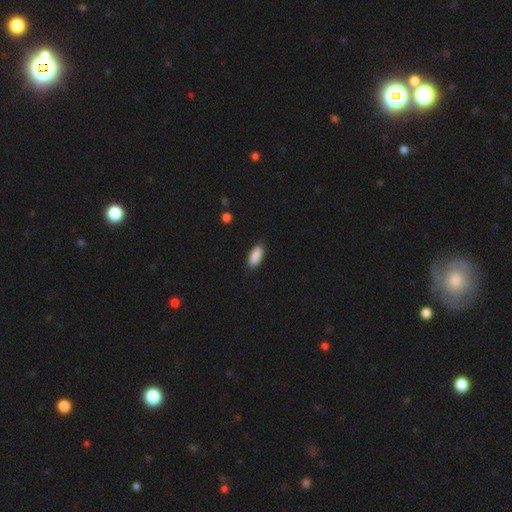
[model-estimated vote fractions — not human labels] Q: Smooth or featured?
A: smooth (90%); runner-up: star or artifact (6%)
Q: How rounded?
A: in between (86%); runner-up: cigar-shaped (12%)
Q: Merging?
A: none (87%); runner-up: minor disturbance (10%)